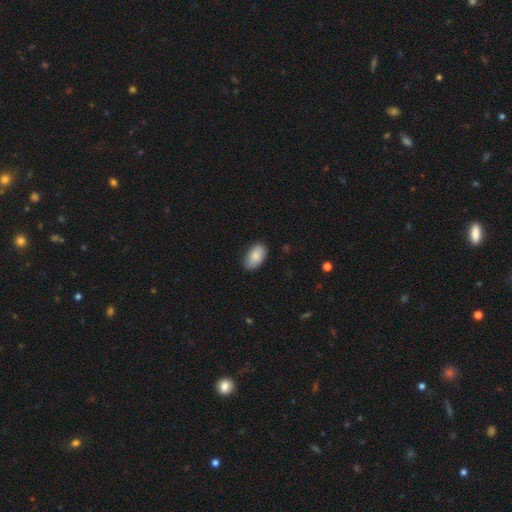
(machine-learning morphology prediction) This is clearly a smooth galaxy (85%). How rounded: clearly in between (94%). Merging: clearly none (81%).